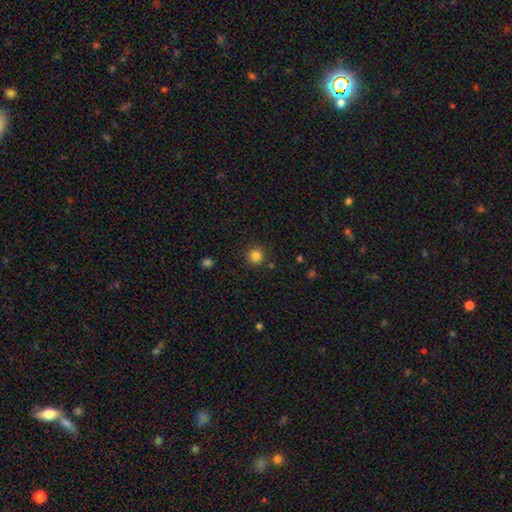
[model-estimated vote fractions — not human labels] Smooth or featured? Predicted: smooth (p=0.84). How rounded? Predicted: round (p=0.94). Merging? Predicted: none (p=0.89).